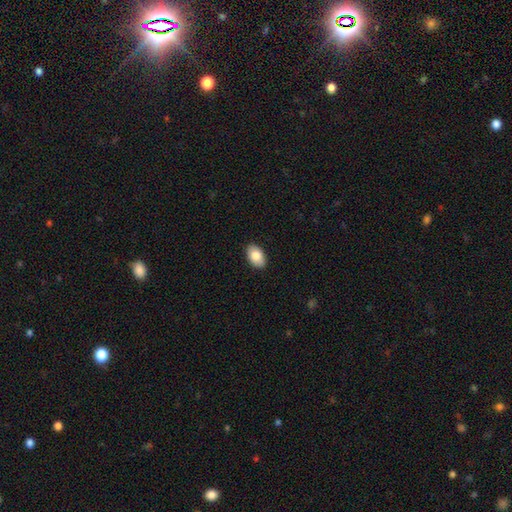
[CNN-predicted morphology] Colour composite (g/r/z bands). It shows a smooth galaxy with no disk features (85%) that is in between round and cigar-shaped (92%). Merging: none (90%).